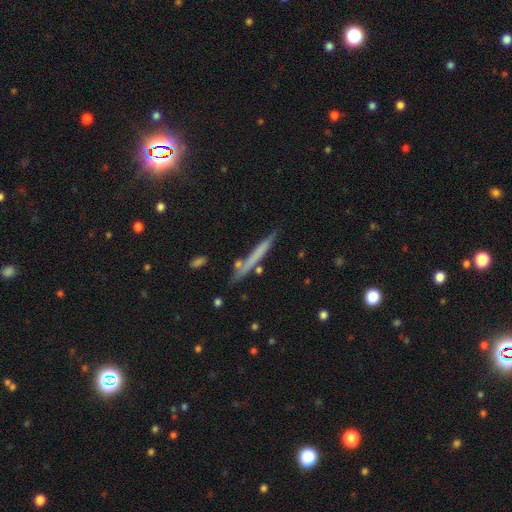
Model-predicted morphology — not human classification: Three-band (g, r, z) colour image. It shows a smooth galaxy with no disk features (53%) that is cigar-shaped (96%). Merging: none (80%).